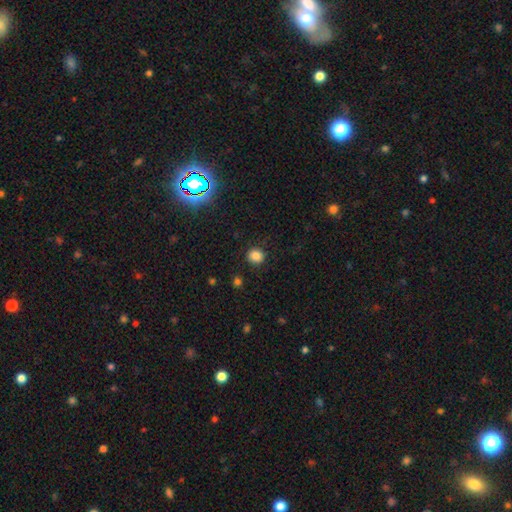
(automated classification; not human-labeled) Overall: smooth (83%). How rounded: round (88%). Merging: none (90%).